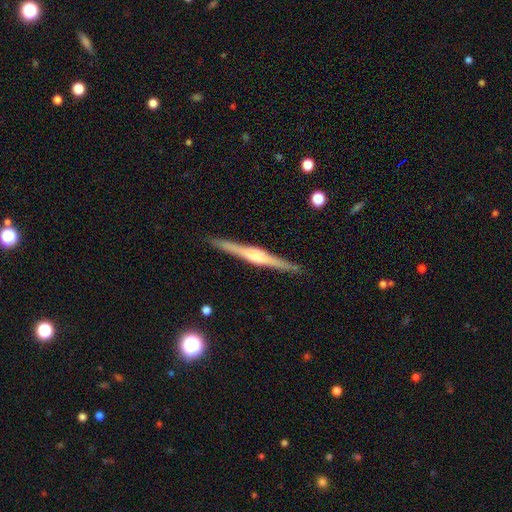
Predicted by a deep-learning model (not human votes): featured or disk 76%, smooth 18%, star or artifact 5%. Down the decision tree: edge-on disk — yes (98%); edge-on bulge — rounded (70%); merging — none (90%).